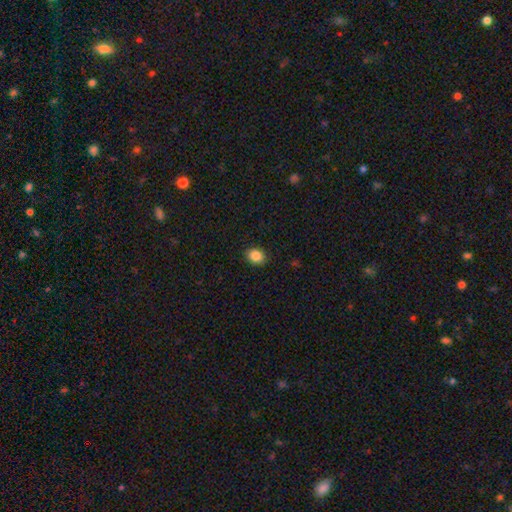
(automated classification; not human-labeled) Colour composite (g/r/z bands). It shows a smooth galaxy with no disk features (87%) that is round (52%). Merging: none (90%).